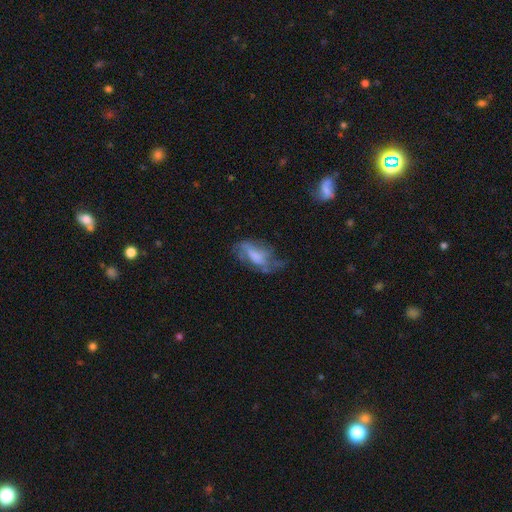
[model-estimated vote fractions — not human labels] Smooth or featured? featured or disk (55%)
Edge-on disk? no (93%)
Bar? no (52%)
Spiral arms? yes (65%)
Bulge size? none (41%)
Merging? none (38%)